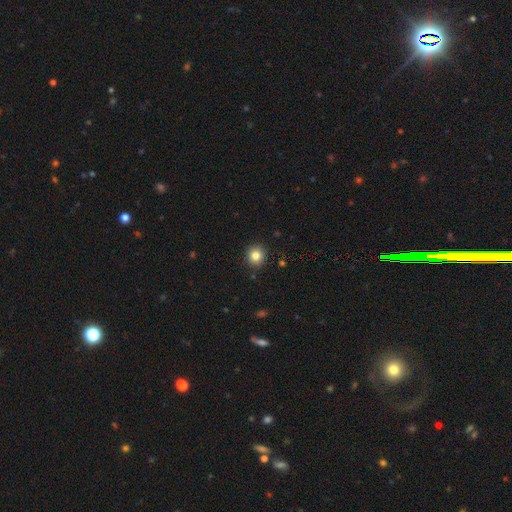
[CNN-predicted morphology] The model was most divided on "smooth or featured": smooth: 83%, star or artifact: 11%, featured or disk: 6%. More confident: merging — none (91%); how rounded — round (89%).